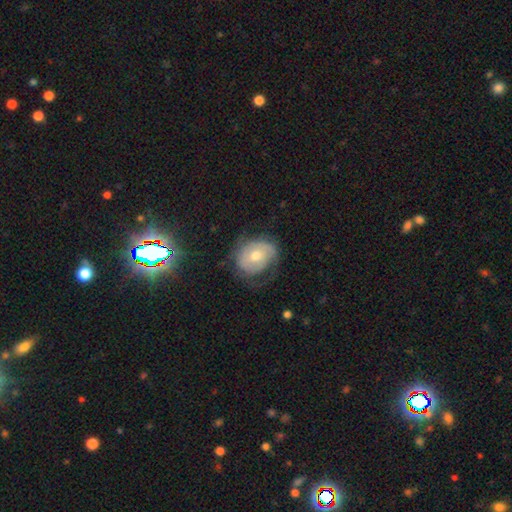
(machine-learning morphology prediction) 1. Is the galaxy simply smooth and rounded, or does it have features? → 57% featured or disk, 33% smooth, 11% star or artifact.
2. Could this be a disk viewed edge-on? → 96% no, 4% yes.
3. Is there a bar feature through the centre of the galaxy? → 69% no, 24% weak, 7% strong.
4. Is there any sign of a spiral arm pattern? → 70% yes, 30% no.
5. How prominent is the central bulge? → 71% moderate, 23% small, 4% large, 1% none, 1% dominant.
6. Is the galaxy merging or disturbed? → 57% none, 26% minor disturbance, 15% major disturbance, 1% merger.